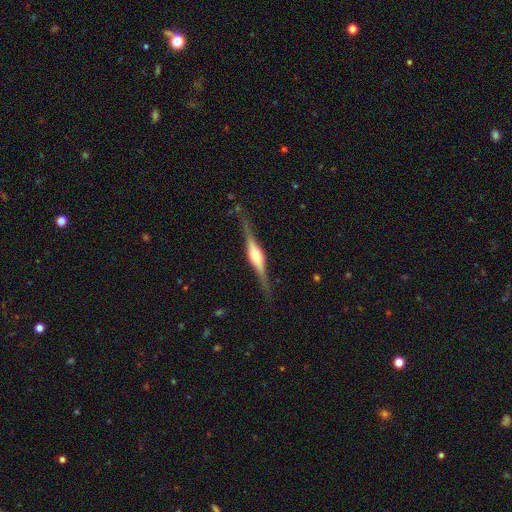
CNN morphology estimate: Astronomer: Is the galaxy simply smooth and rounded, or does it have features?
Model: featured or disk — 80%.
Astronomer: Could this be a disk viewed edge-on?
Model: yes — 97%.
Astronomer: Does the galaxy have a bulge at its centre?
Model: rounded — 86%.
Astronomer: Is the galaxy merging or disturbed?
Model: none — 85%.